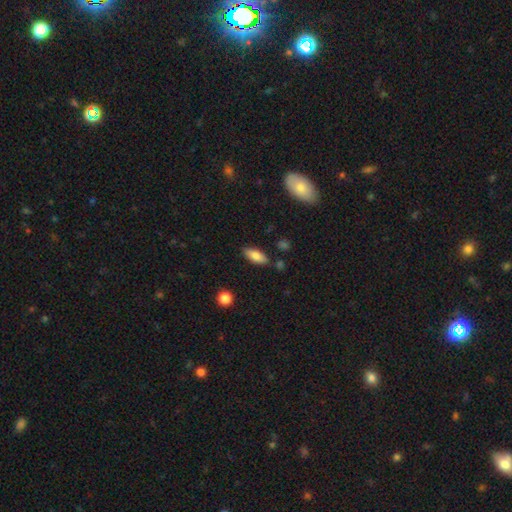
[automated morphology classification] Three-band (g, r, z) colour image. It shows a smooth galaxy with no disk features (80%) that is in between round and cigar-shaped (82%). Merging: none (83%).